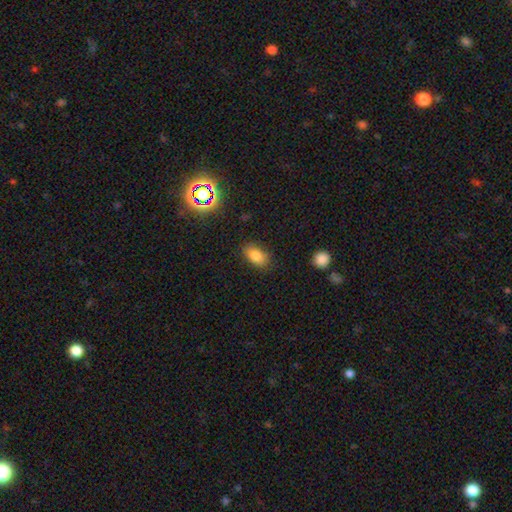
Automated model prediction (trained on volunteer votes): Smooth or featured? smooth (81%)
How rounded? in between (88%)
Merging? none (83%)